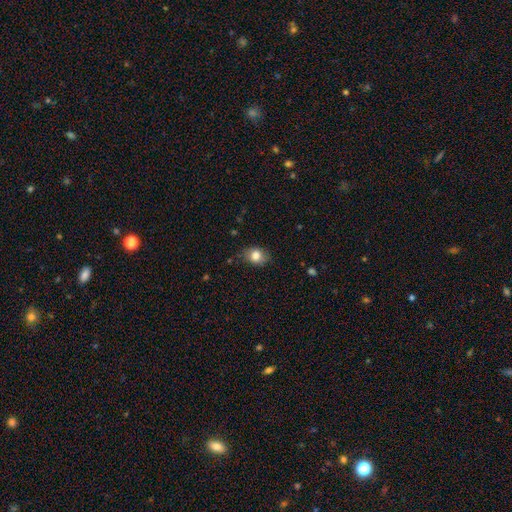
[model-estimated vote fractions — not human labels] smooth 80%, featured or disk 11%, star or artifact 9%. Down the decision tree: how rounded — in between (62%); merging — none (78%).